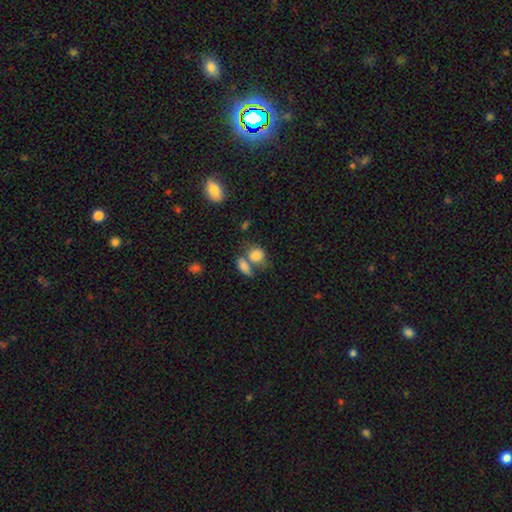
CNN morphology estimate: This is clearly a smooth galaxy (82%). How rounded: possibly round (49%). Merging: marginally merger (43%).